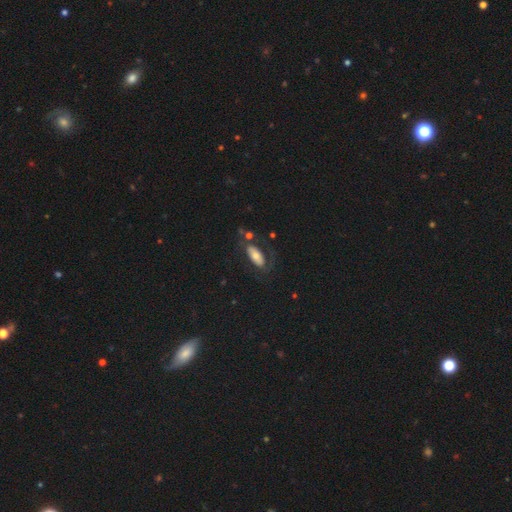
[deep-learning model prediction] smooth 58%, featured or disk 35%, star or artifact 7%. Down the decision tree: how rounded — in between (83%); merging — none (56%).